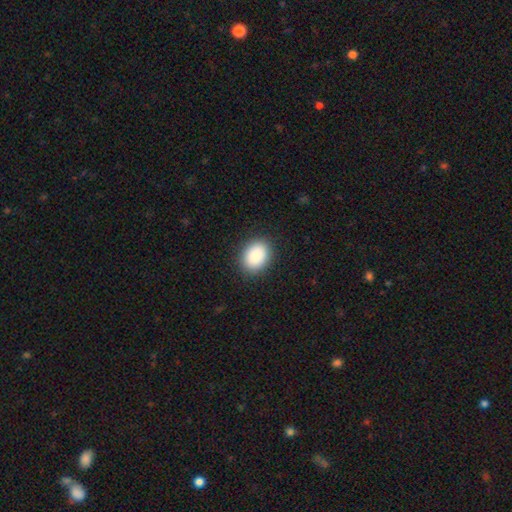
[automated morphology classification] smooth 89%, star or artifact 7%, featured or disk 4%. Down the decision tree: how rounded — in between (63%); merging — none (89%).